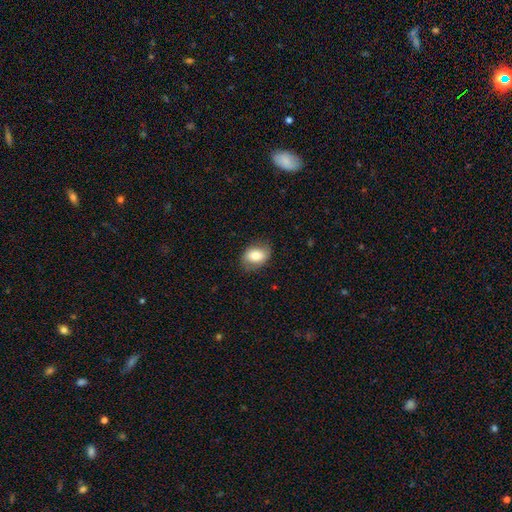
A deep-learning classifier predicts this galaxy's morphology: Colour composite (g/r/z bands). It shows a smooth galaxy with no disk features (77%) that is in between round and cigar-shaped (75%). Merging: none (77%).